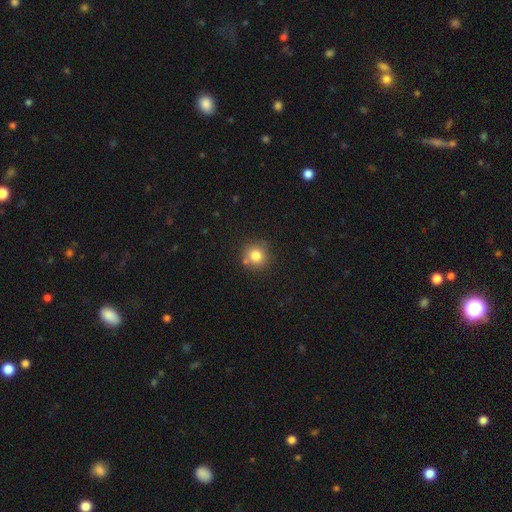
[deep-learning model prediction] Smooth or featured? smooth (80%)
How rounded? round (92%)
Merging? none (78%)